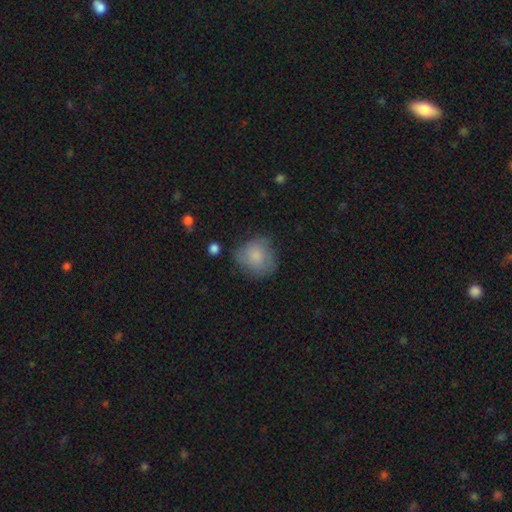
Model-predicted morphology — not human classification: type=smooth (74%); roundness=round (77%); merging=none (58%).